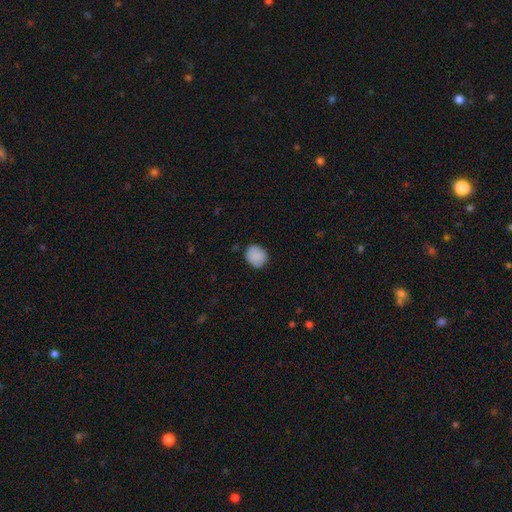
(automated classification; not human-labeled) Smooth or featured: smooth — 88% (star or artifact — 8%)
How rounded: round — 77% (in between — 22%)
Merging: none — 85% (minor disturbance — 11%)